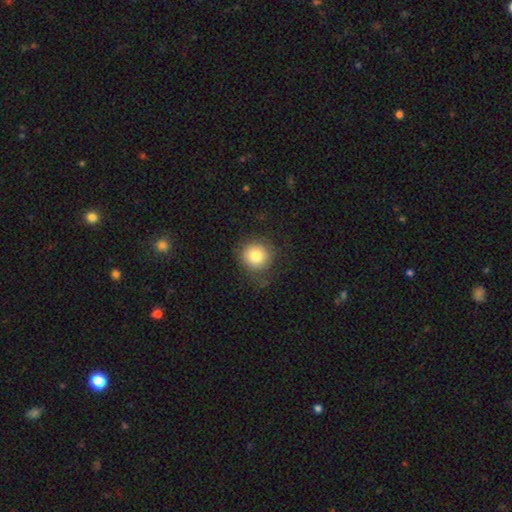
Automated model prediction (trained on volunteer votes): A smooth galaxy with no disk features (81%) that is round (92%). Merging: none (77%).